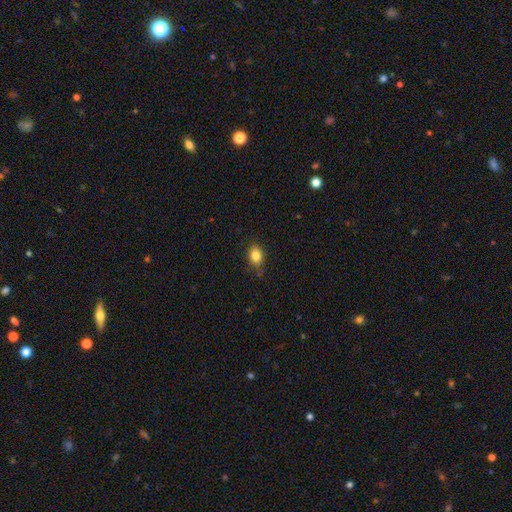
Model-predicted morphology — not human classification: Q: Smooth or featured?
A: smooth (84%); runner-up: star or artifact (9%)
Q: How rounded?
A: in between (67%); runner-up: round (32%)
Q: Merging?
A: none (79%); runner-up: minor disturbance (16%)